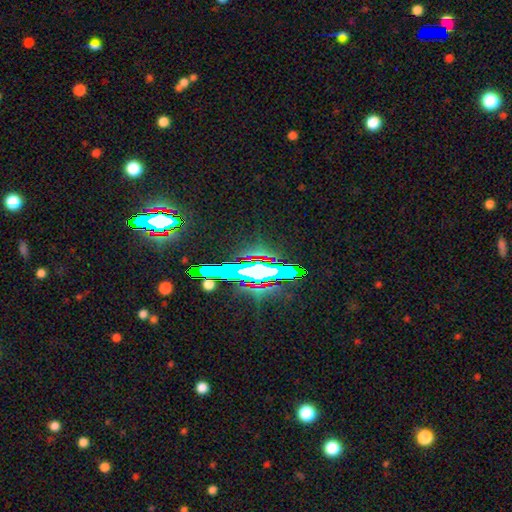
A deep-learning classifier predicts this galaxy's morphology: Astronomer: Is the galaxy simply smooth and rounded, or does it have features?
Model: star or artifact — 70%.